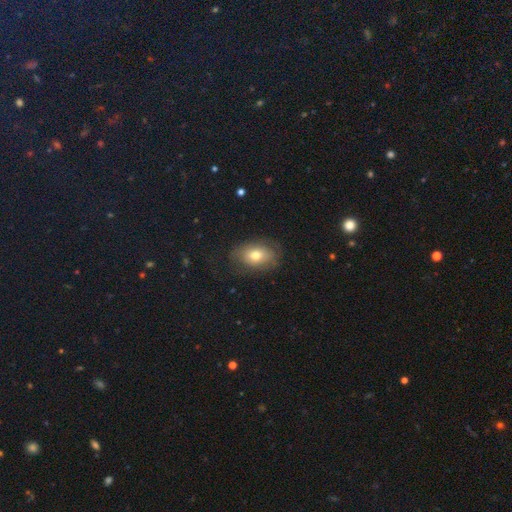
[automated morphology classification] smooth-or-featured: smooth: 71% | featured or disk: 20% | star or artifact: 9%
  how-rounded: in between: 81% | round: 18% | cigar-shaped: 1%
  merging: none: 73% | minor disturbance: 18% | major disturbance: 8% | merger: 1%